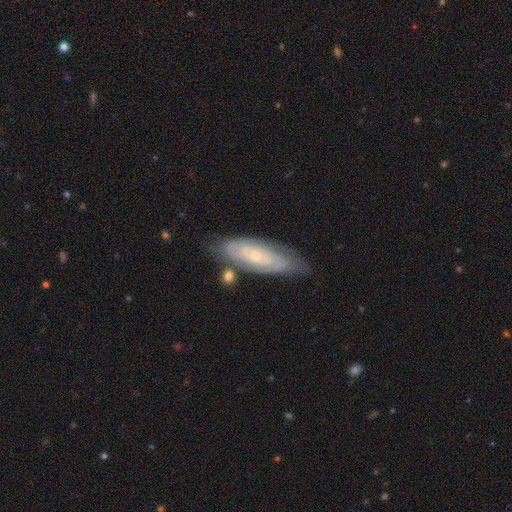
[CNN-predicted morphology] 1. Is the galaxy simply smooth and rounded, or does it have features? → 69% featured or disk, 24% smooth, 7% star or artifact.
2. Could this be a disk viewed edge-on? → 85% no, 15% yes.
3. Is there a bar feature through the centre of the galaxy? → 73% no, 21% weak, 5% strong.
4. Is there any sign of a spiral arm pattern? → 84% yes, 16% no.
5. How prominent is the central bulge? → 77% small, 19% moderate, 2% none, 1% large, 1% dominant.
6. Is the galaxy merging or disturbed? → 71% none, 19% minor disturbance, 5% merger, 5% major disturbance.